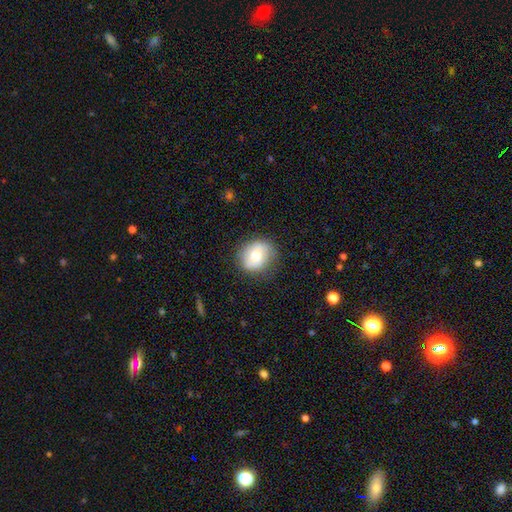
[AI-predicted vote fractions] A smooth galaxy with no disk features (63%) that is round (71%).

Vote fractions:
- Smooth or featured? smooth: 63% / featured or disk: 28% / star or artifact: 8%
- How rounded? round: 71% / in between: 28% / cigar-shaped: 1%
- Merging? none: 80% / minor disturbance: 15% / major disturbance: 4% / merger: 1%